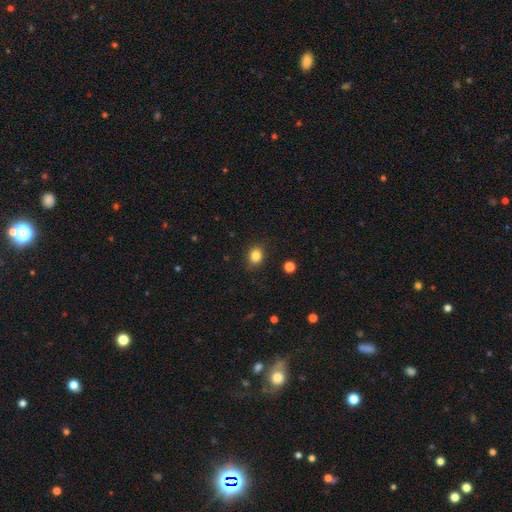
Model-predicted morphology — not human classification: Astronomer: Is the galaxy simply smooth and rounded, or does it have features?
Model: smooth — 84%.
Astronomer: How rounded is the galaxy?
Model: round — 54% (runner-up: in between, 45%).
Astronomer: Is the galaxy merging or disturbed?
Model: none — 87%.